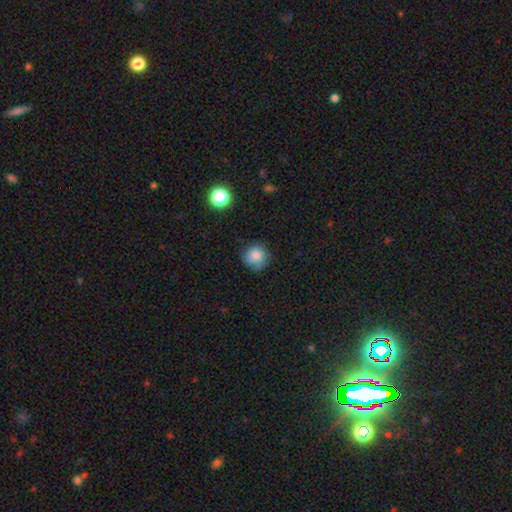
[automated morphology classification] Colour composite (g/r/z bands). It shows a smooth galaxy with no disk features (82%) that is round (93%). Merging: none (79%).